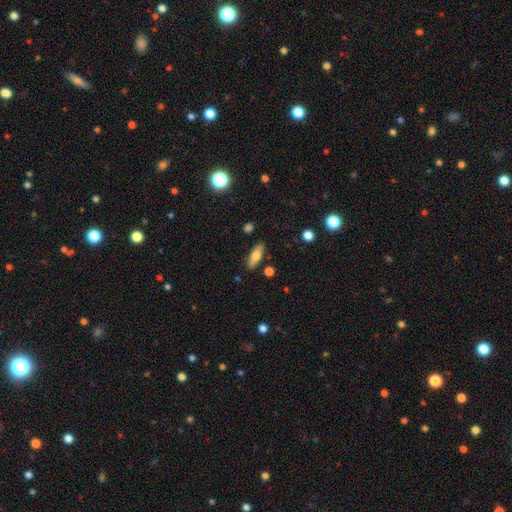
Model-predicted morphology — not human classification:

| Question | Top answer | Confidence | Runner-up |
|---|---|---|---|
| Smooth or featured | smooth | 68% | featured or disk (25%) |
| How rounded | in between | 62% | cigar-shaped (35%) |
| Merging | none | 86% | minor disturbance (10%) |